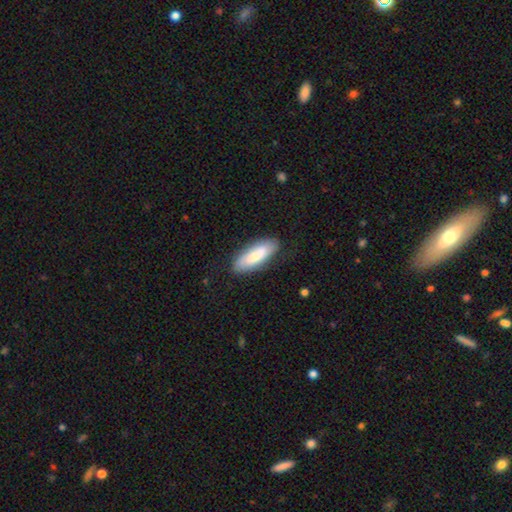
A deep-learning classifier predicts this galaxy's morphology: The model was most divided on "how rounded": in between: 66%, cigar-shaped: 32%, round: 2%. More confident: merging — none (82%); smooth or featured — smooth (73%).